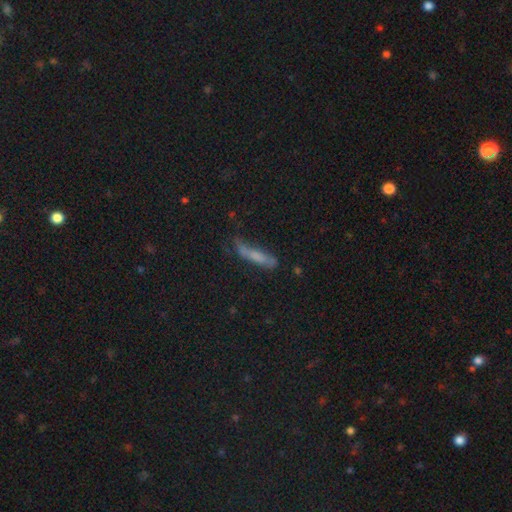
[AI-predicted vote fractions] This appears to be a smooth galaxy with no disk features (60%) that is cigar-shaped (85%). Merging: none (51%).